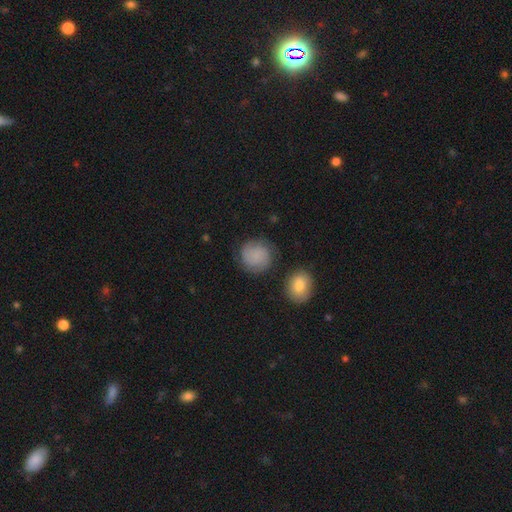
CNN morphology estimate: The model was most divided on "smooth or featured": smooth: 64%, featured or disk: 28%, star or artifact: 8%. More confident: how rounded — round (88%); merging — none (79%).